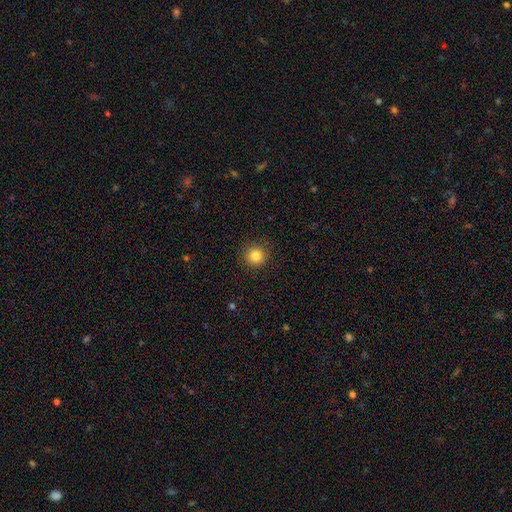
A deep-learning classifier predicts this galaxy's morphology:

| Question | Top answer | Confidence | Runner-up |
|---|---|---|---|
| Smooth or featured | smooth | 84% | star or artifact (11%) |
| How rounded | round | 94% | in between (5%) |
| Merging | none | 91% | minor disturbance (6%) |